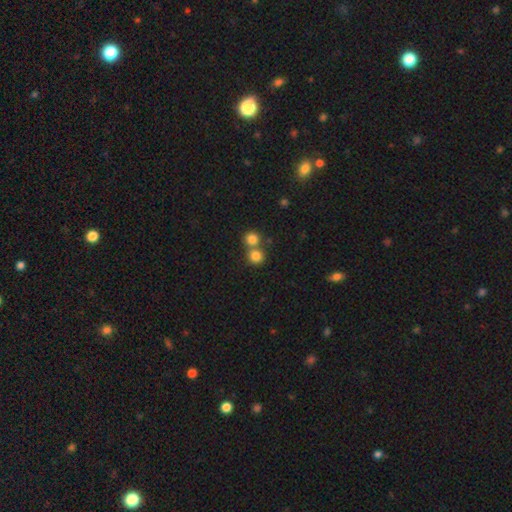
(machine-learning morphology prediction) Smooth or featured: smooth — 81% (star or artifact — 12%)
How rounded: round — 90% (in between — 9%)
Merging: none — 53% (merger — 39%)